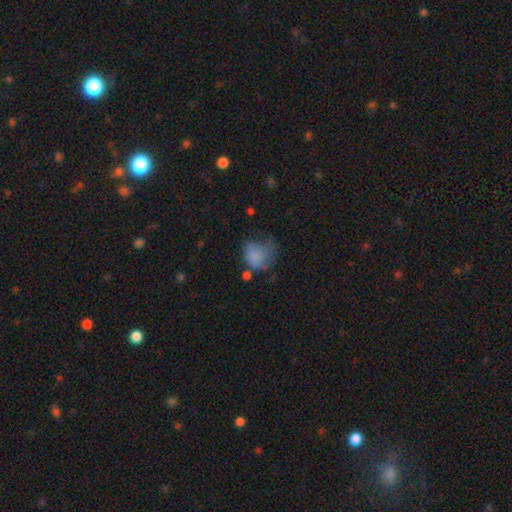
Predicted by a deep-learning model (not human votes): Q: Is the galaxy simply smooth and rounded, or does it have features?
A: smooth — 74%.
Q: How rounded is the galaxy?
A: round — 52%.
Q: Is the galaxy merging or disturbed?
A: major disturbance — 37%.